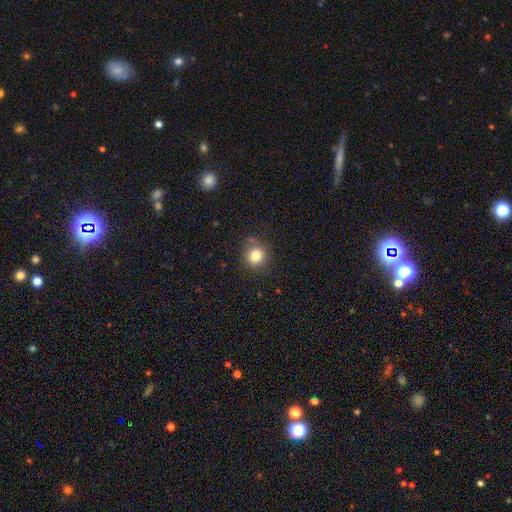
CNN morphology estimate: type=smooth (81%); roundness=round (88%); merging=none (78%).